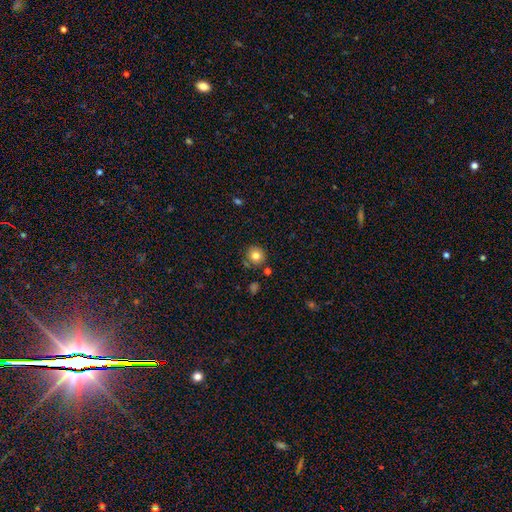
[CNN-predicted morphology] type=smooth (80%); roundness=round (91%); merging=none (84%).